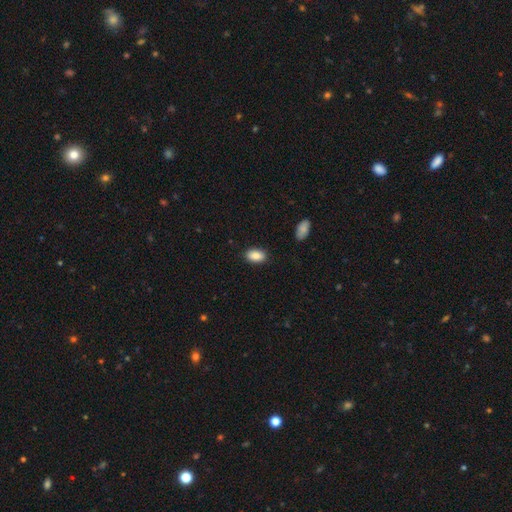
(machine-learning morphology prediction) smooth 87%, star or artifact 7%, featured or disk 6%. Down the decision tree: how rounded — in between (92%); merging — none (88%).